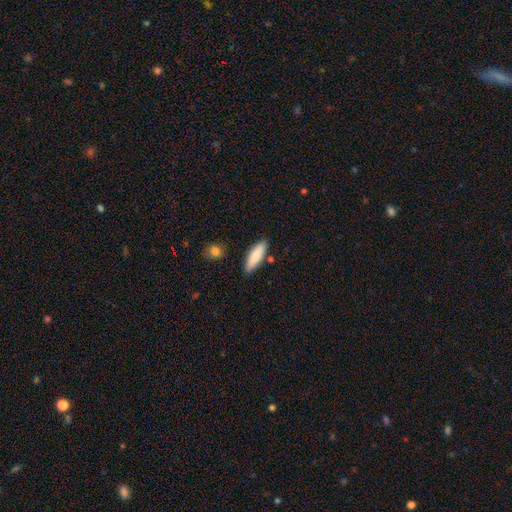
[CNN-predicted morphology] A smooth galaxy with no disk features (83%) that is cigar-shaped (52%).

Vote fractions:
- Smooth or featured? smooth: 83% / featured or disk: 11% / star or artifact: 6%
- How rounded? cigar-shaped: 52% / in between: 46% / round: 2%
- Merging? none: 86% / minor disturbance: 9% / merger: 3% / major disturbance: 2%